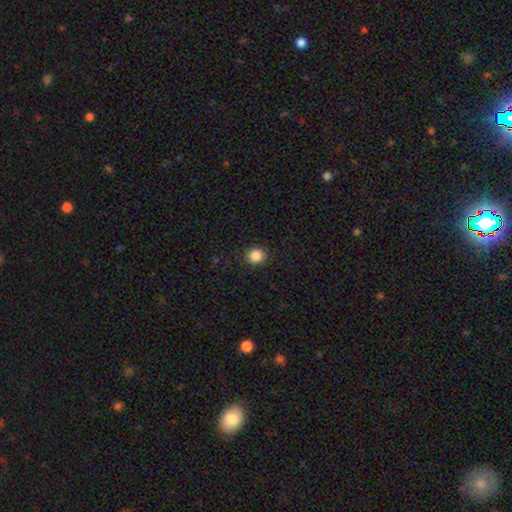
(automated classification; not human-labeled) smooth-or-featured: smooth: 86% | star or artifact: 10% | featured or disk: 4%
  how-rounded: round: 87% | in between: 12% | cigar-shaped: 1%
  merging: none: 91% | minor disturbance: 6% | major disturbance: 2% | merger: 1%